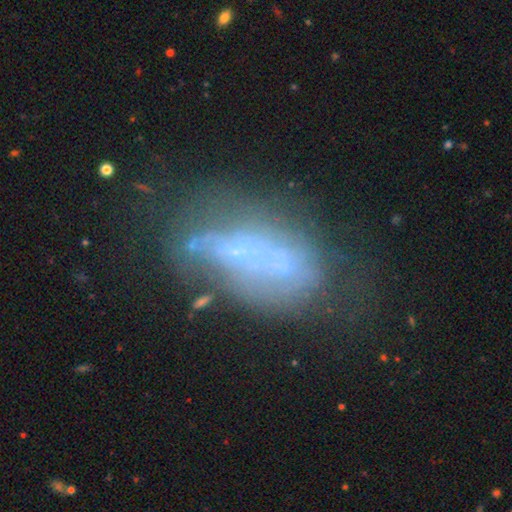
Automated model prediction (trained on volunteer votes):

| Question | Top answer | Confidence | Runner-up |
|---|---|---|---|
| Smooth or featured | featured or disk | 52% | smooth (32%) |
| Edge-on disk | no | 89% | yes (11%) |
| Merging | none | 35% | major disturbance (26%) |